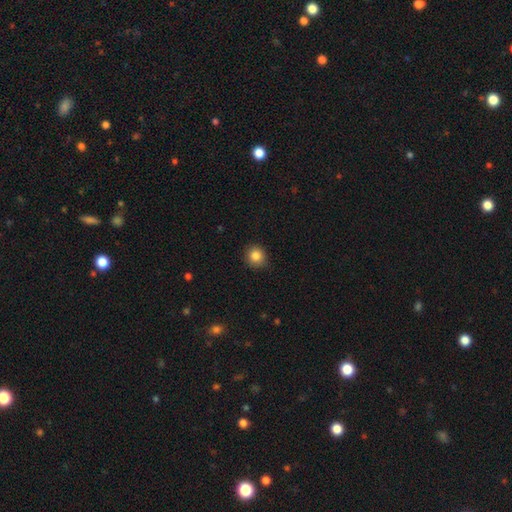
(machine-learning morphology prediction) This appears to be a smooth galaxy with no disk features (84%) that is round (87%). Merging: none (85%).